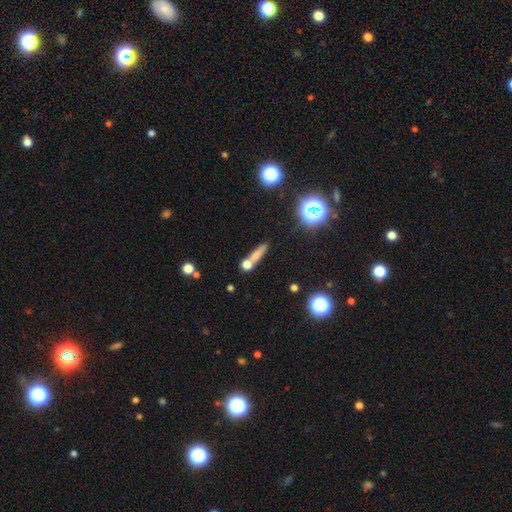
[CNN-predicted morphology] Smooth or featured?
  - smooth: 61% *
  - featured or disk: 23%
  - star or artifact: 17%
How rounded?
  - cigar-shaped: 71% *
  - in between: 16%
  - round: 13%
Merging?
  - none: 57% *
  - merger: 26%
  - minor disturbance: 12%
  - major disturbance: 5%